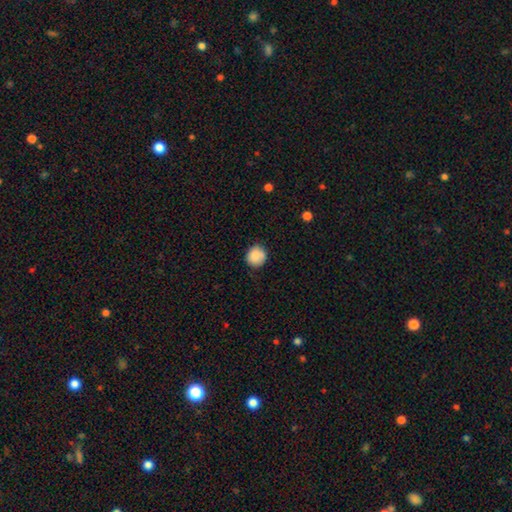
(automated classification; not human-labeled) Morphology: type=smooth (87%); roundness=round (89%); merging=none (81%).